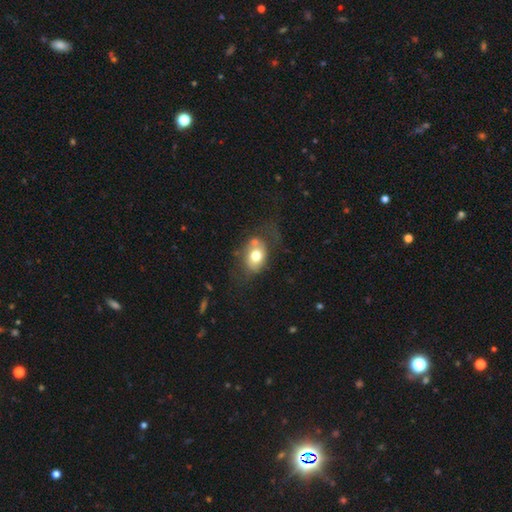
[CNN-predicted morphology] smooth-or-featured: smooth: 67% | featured or disk: 24% | star or artifact: 9%
  how-rounded: in between: 69% | round: 30% | cigar-shaped: 1%
  merging: none: 49% | minor disturbance: 22% | major disturbance: 16% | merger: 12%